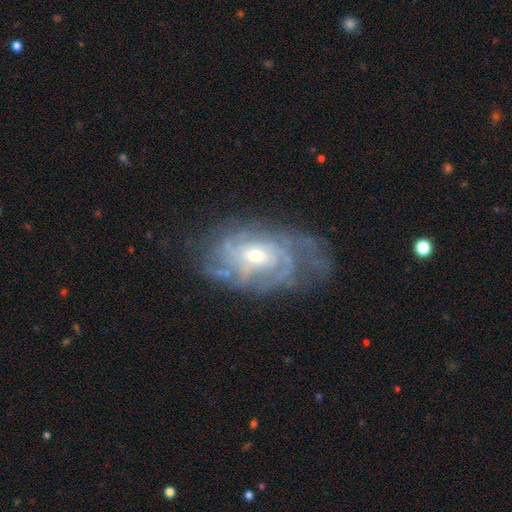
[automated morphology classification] Smooth or featured: featured or disk — 85% (smooth — 8%)
Edge-on disk: no — 95% (yes — 5%)
Bar: no — 61% (weak — 32%)
Spiral arms: yes — 94% (no — 6%)
Spiral winding: tight — 66% (medium — 27%)
Spiral arm count: can't tell — 44% (4 — 16%)
Bulge size: moderate — 51% (small — 44%)
Merging: none — 65% (minor disturbance — 22%)